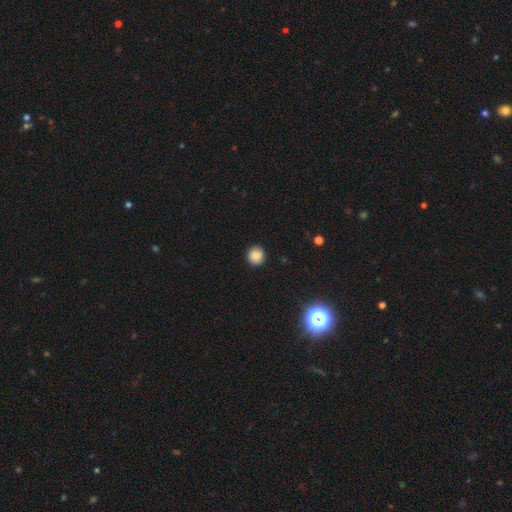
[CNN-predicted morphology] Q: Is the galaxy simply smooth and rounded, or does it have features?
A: smooth — 86%.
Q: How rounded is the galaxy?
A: round — 91%.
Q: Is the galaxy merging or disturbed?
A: none — 90%.